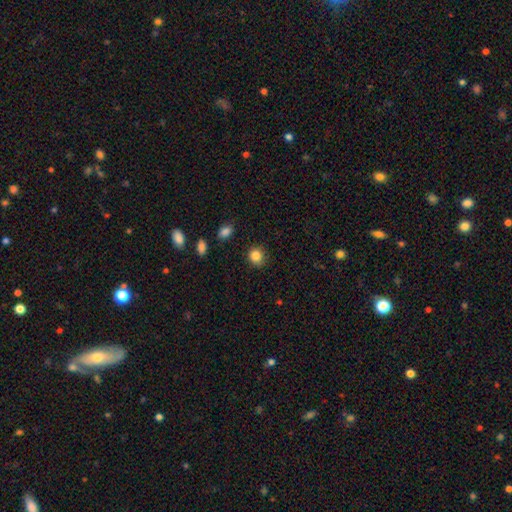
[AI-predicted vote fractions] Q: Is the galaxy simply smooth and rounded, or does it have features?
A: smooth — 86%.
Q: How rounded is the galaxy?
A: round — 83%.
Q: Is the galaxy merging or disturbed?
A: none — 85%.